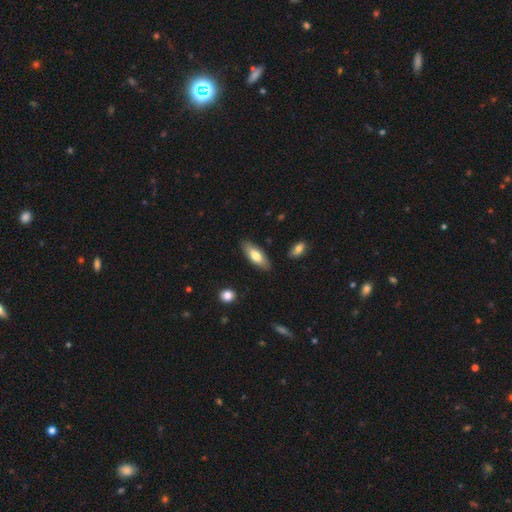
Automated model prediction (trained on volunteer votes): Q: Smooth or featured?
A: smooth (71%); runner-up: featured or disk (23%)
Q: How rounded?
A: in between (74%); runner-up: cigar-shaped (25%)
Q: Merging?
A: none (85%); runner-up: minor disturbance (11%)